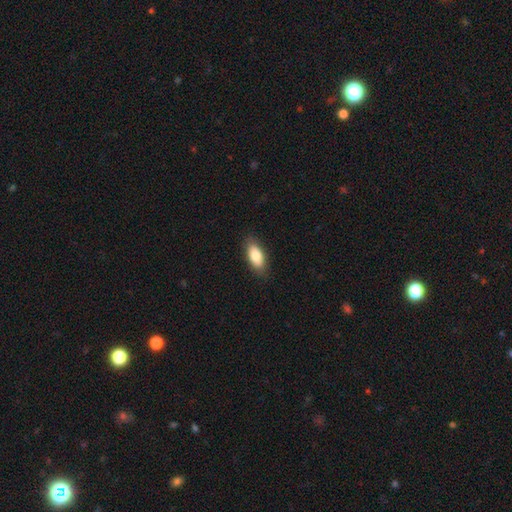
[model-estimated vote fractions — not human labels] Smooth or featured? smooth (80%)
How rounded? in between (88%)
Merging? none (85%)